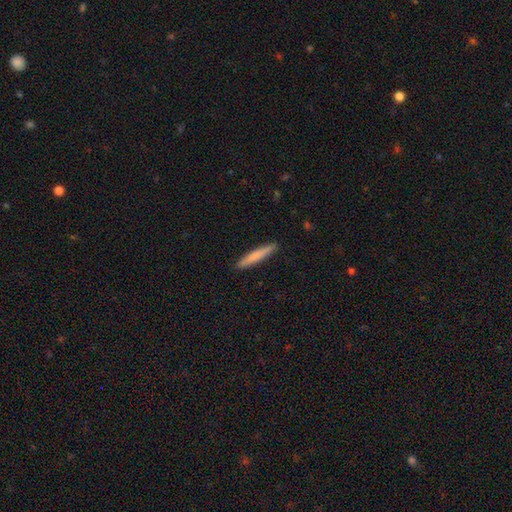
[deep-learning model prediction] smooth_or_featured: smooth (p=0.76) [alt: featured or disk p=0.19]
how_rounded: cigar-shaped (p=0.95) [alt: in between p=0.04]
merging: none (p=0.92) [alt: minor disturbance p=0.06]